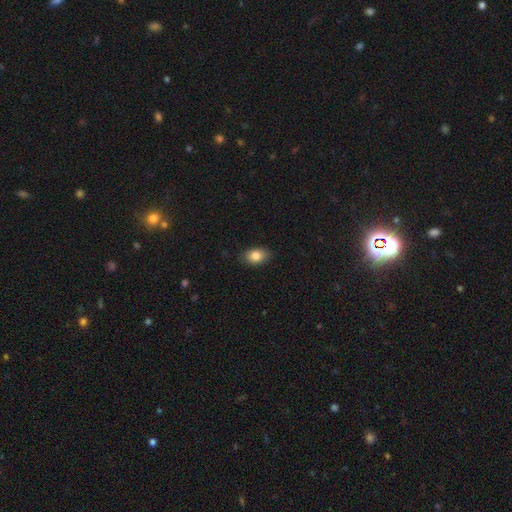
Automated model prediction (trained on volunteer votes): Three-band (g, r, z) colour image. It shows a smooth galaxy with no disk features (84%) that is in between round and cigar-shaped (83%). Merging: none (84%).